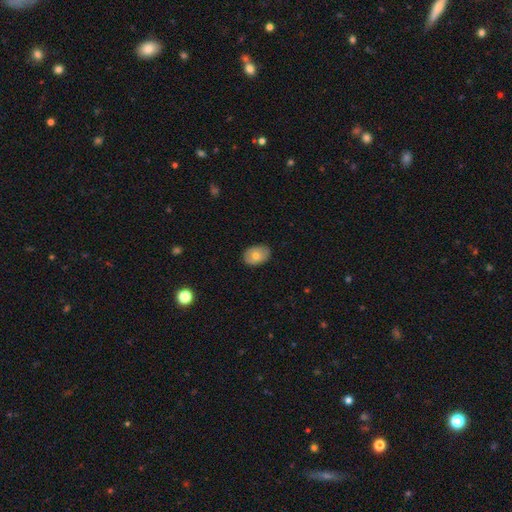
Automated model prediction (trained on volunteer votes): A smooth galaxy with no disk features (71%) that is in between round and cigar-shaped (79%). Merging: none (82%).